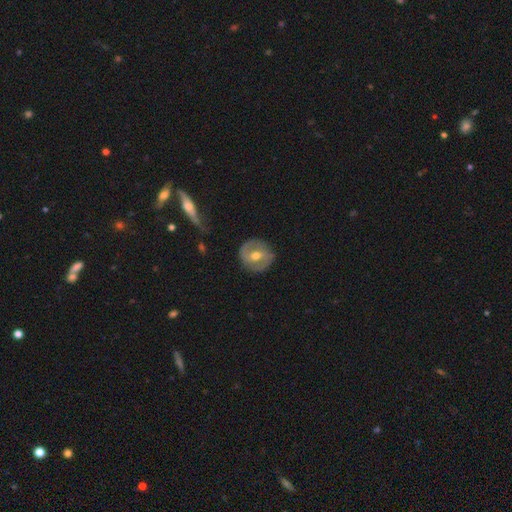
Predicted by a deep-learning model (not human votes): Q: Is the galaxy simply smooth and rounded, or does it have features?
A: featured or disk — 65%.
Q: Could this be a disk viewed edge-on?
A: no — 96%.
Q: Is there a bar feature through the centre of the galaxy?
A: weak — 48%.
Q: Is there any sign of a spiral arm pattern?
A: yes — 72%.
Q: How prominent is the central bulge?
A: moderate — 75%.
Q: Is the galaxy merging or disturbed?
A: none — 83%.